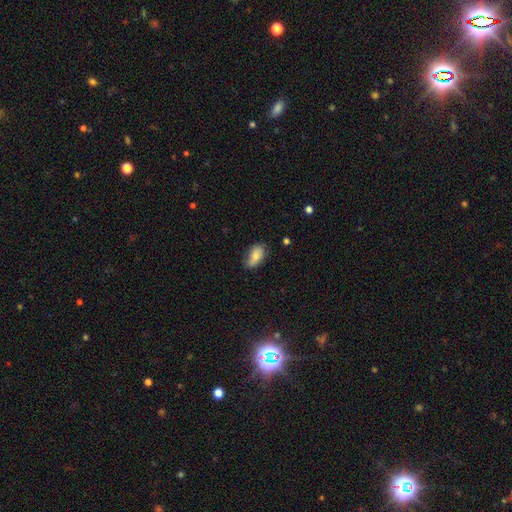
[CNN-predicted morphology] A smooth galaxy with no disk features (76%) that is in between round and cigar-shaped (91%).

Vote fractions:
- Smooth or featured? smooth: 76% / featured or disk: 17% / star or artifact: 7%
- How rounded? in between: 91% / round: 5% / cigar-shaped: 3%
- Merging? none: 62% / minor disturbance: 29% / major disturbance: 7% / merger: 2%